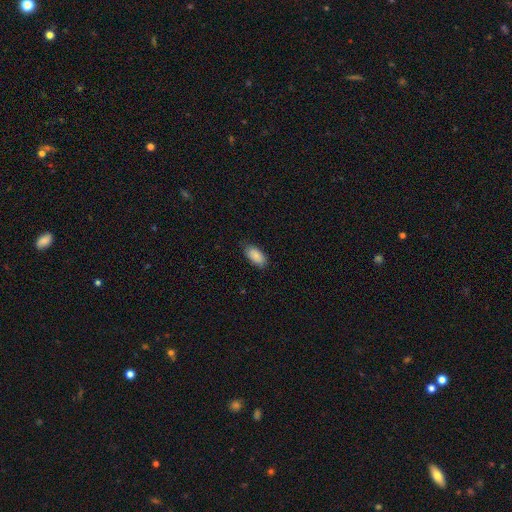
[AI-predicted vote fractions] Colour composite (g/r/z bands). It shows a smooth galaxy with no disk features (89%) that is in between round and cigar-shaped (94%). Merging: none (81%).